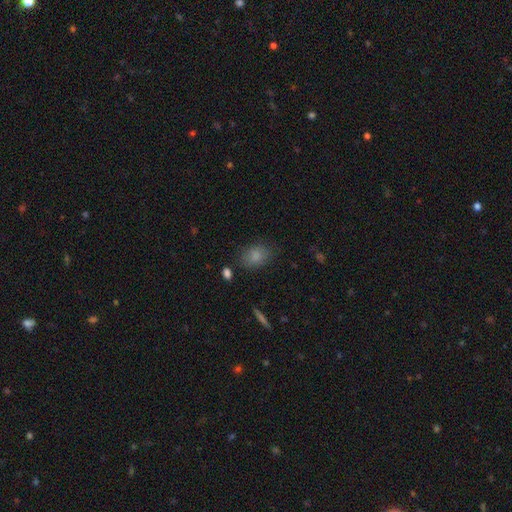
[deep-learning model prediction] A smooth galaxy with no disk features (84%) that is in between round and cigar-shaped (74%). Merging: none (78%).